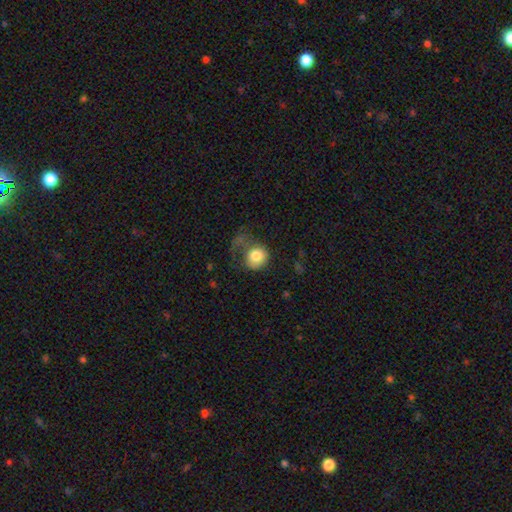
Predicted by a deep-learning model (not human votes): Overall: smooth (78%). How rounded: round (79%). Merging: major disturbance (39%; none 34%).